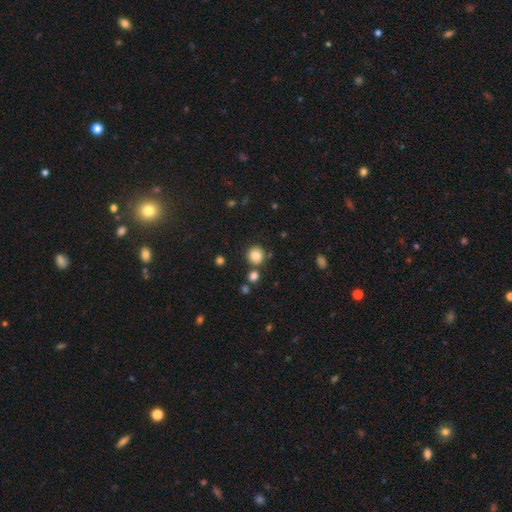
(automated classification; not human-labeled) This appears to be a smooth galaxy with no disk features (83%) that is round (91%). Merging: none (80%).